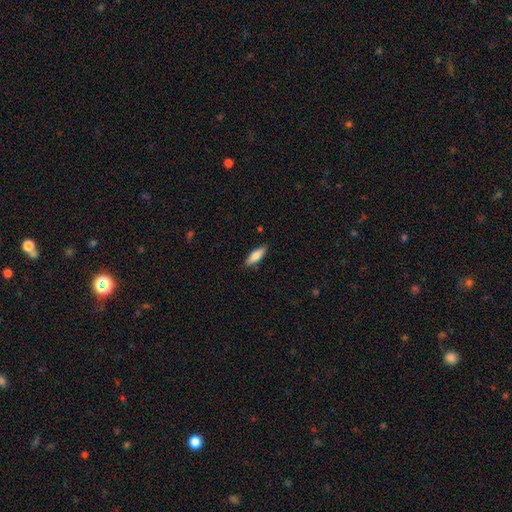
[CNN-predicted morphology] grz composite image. It shows a smooth galaxy with no disk features (75%) that is cigar-shaped (49%, tied with in between). Merging: none (86%).